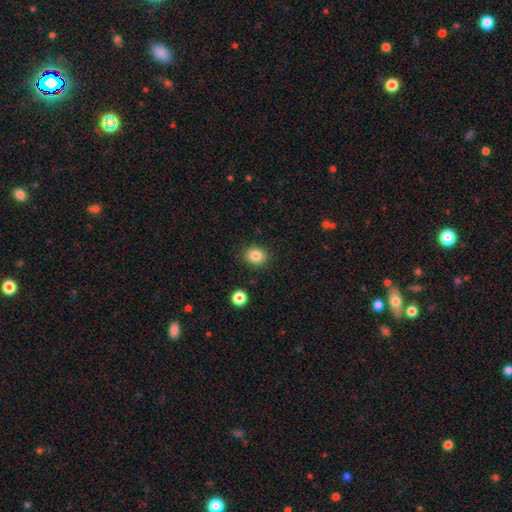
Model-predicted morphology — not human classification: type=smooth (85%); roundness=round (62%); merging=none (87%).